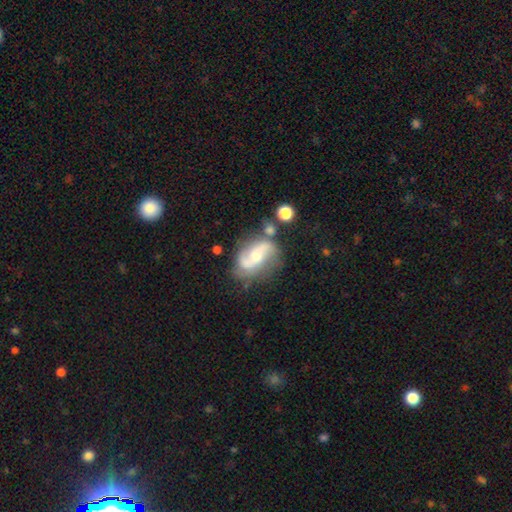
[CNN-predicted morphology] This appears to be a featured or disk galaxy (78%) with no bar (50%), 2 (87%) loose (52%) spiral arms (92%) and a moderate central bulge (56%). Merging: none (57%).